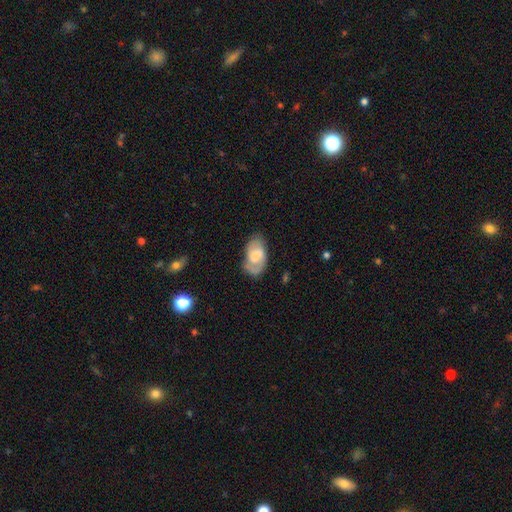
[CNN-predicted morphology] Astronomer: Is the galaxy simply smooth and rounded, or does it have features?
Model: featured or disk — 58% (runner-up: smooth, 35%).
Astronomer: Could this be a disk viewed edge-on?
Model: no — 95%.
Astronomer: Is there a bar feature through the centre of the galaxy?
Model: weak — 50% (runner-up: no, 32%).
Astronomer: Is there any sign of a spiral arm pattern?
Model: yes — 81%.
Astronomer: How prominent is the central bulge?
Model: moderate — 33% (runner-up: large, 24%).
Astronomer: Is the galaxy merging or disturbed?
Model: none — 66%.